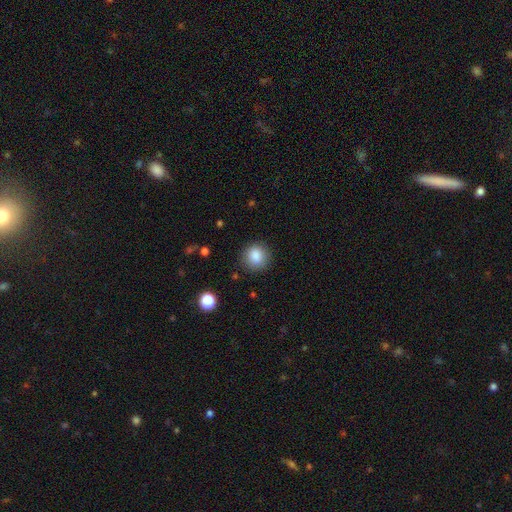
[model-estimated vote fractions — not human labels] smooth_or_featured: smooth (p=0.86) [alt: star or artifact p=0.09]
how_rounded: round (p=0.89) [alt: in between p=0.10]
merging: none (p=0.87) [alt: minor disturbance p=0.09]